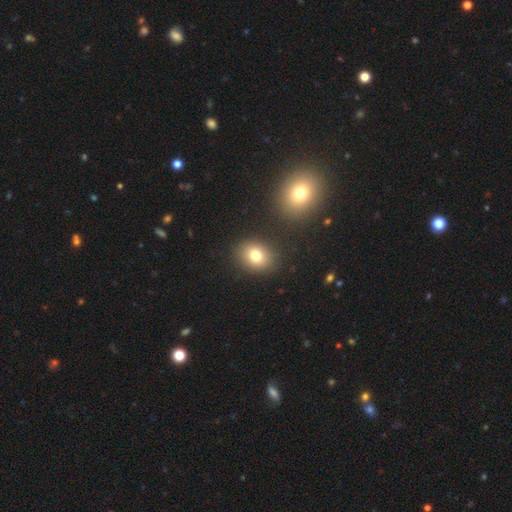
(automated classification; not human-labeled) Q: Smooth or featured?
A: smooth (77%); runner-up: star or artifact (12%)
Q: How rounded?
A: round (52%); runner-up: in between (47%)
Q: Merging?
A: none (85%); runner-up: minor disturbance (8%)